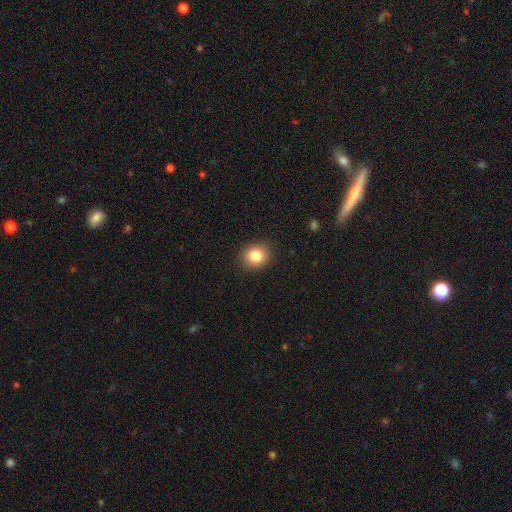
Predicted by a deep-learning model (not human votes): This is clearly a smooth galaxy (83%). How rounded: likely round (74%). Merging: clearly none (90%).